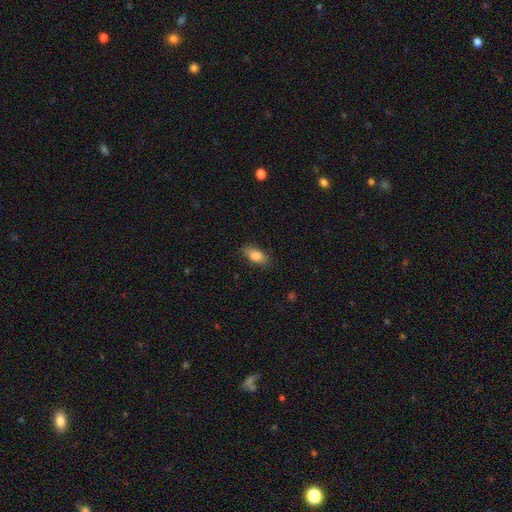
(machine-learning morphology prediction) Overall: smooth (84%). How rounded: in between (87%). Merging: none (82%).